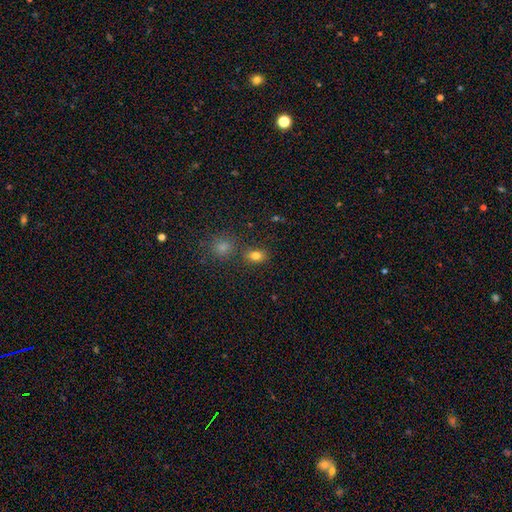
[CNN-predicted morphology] Smooth or featured?
  - smooth: 79% *
  - star or artifact: 13%
  - featured or disk: 8%
How rounded?
  - in between: 74% *
  - round: 24%
  - cigar-shaped: 3%
Merging?
  - none: 76% *
  - minor disturbance: 12%
  - merger: 9%
  - major disturbance: 4%